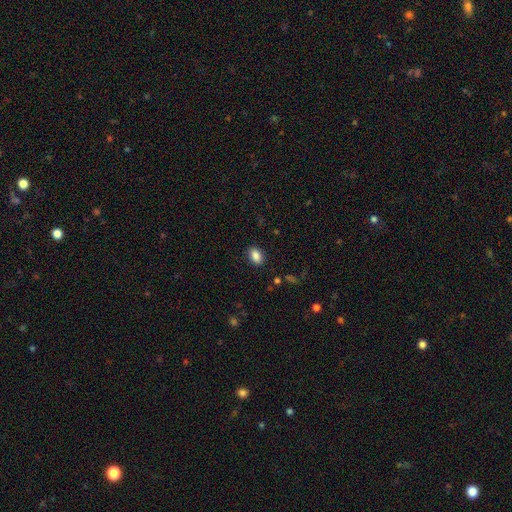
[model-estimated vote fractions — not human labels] smooth-or-featured: smooth: 87% | star or artifact: 9% | featured or disk: 4%
  how-rounded: in between: 84% | round: 14% | cigar-shaped: 2%
  merging: none: 88% | minor disturbance: 9% | major disturbance: 2% | merger: 1%